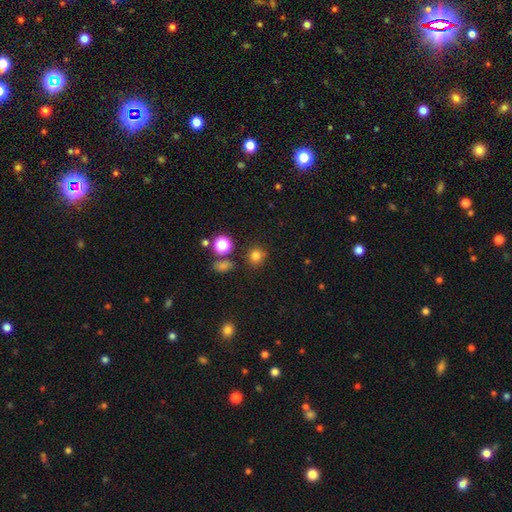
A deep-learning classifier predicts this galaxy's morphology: A smooth galaxy with no disk features (77%) that is round (88%).

Vote fractions:
- Smooth or featured? smooth: 77% / star or artifact: 18% / featured or disk: 6%
- How rounded? round: 88% / in between: 11% / cigar-shaped: 1%
- Merging? none: 83% / minor disturbance: 9% / merger: 5% / major disturbance: 3%